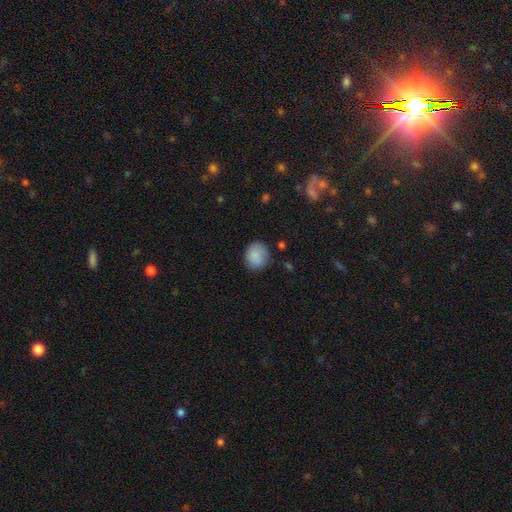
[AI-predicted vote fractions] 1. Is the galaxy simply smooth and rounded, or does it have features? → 87% smooth, 8% star or artifact, 5% featured or disk.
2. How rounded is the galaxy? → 74% round, 25% in between, 1% cigar-shaped.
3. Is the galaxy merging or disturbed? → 78% none, 17% minor disturbance, 4% major disturbance, 2% merger.